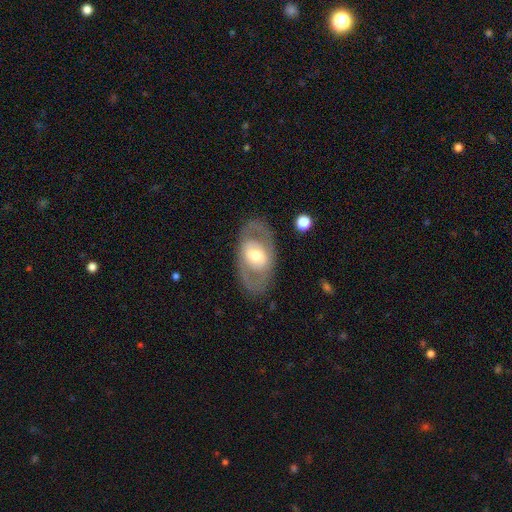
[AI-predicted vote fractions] A featured or disk galaxy (63%) with no bar (53%), no spiral arms (69%) and a moderate central bulge (63%).

Vote fractions:
- Smooth or featured? featured or disk: 63% / smooth: 32% / star or artifact: 5%
- Edge-on disk? no: 90% / yes: 10%
- Bar? no: 53% / weak: 31% / strong: 16%
- Spiral arms? no: 69% / yes: 31%
- Bulge size? moderate: 63% / large: 18% / small: 16% / dominant: 2% / none: 1%
- Merging? none: 79% / minor disturbance: 12% / major disturbance: 8% / merger: 1%